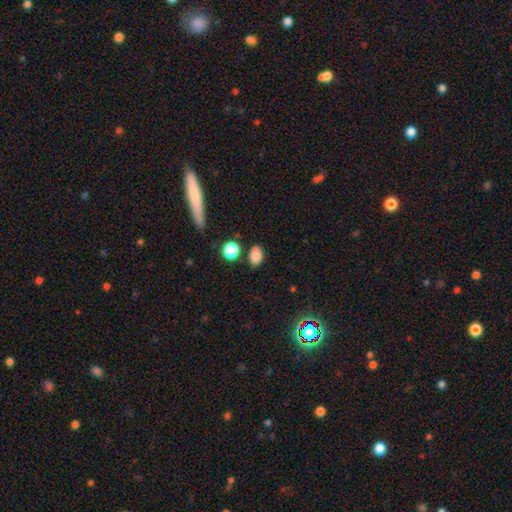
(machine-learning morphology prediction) The model was most divided on "how rounded": in between: 79%, round: 19%, cigar-shaped: 2%. More confident: smooth or featured — smooth (83%); merging — none (79%).